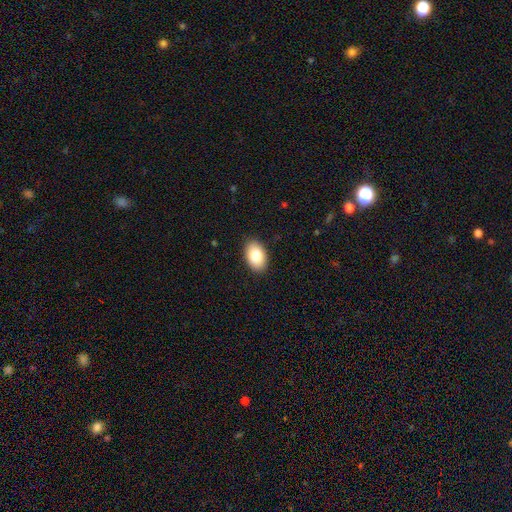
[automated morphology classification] type=smooth (83%); roundness=in between (90%); merging=none (90%).